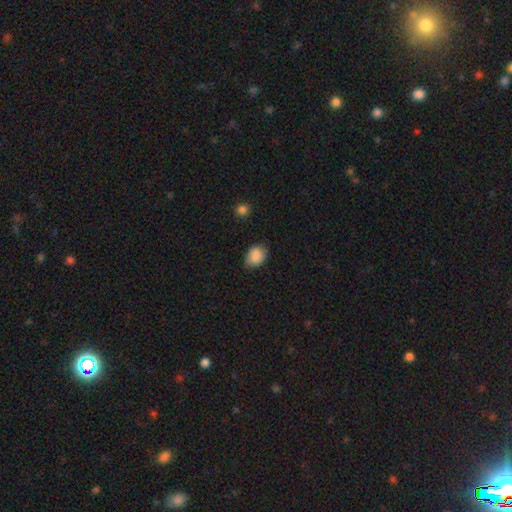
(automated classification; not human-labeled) Q: Smooth or featured?
A: smooth (87%); runner-up: star or artifact (8%)
Q: How rounded?
A: in between (61%); runner-up: round (38%)
Q: Merging?
A: none (71%); runner-up: minor disturbance (24%)